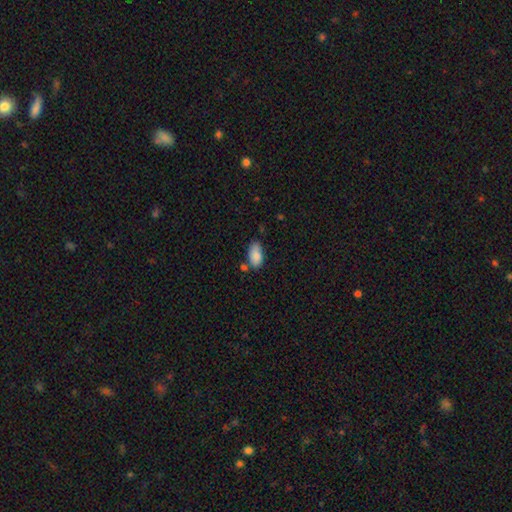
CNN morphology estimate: A smooth galaxy with no disk features (86%) that is in between round and cigar-shaped (93%).

Vote fractions:
- Smooth or featured? smooth: 86% / star or artifact: 7% / featured or disk: 7%
- How rounded? in between: 93% / cigar-shaped: 4% / round: 3%
- Merging? none: 60% / minor disturbance: 24% / merger: 11% / major disturbance: 5%